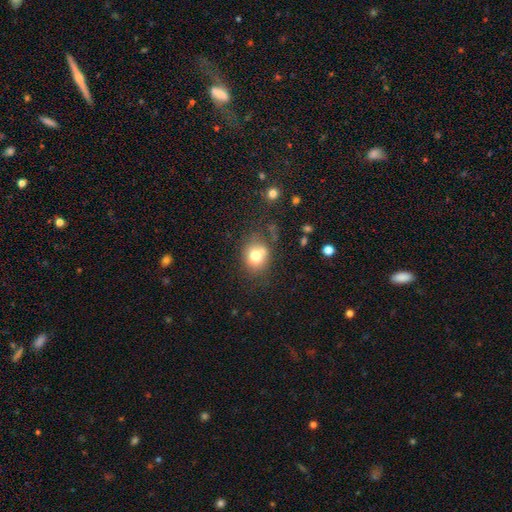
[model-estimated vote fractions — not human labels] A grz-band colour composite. It shows a smooth galaxy with no disk features (74%) that is round (65%). Merging: none (59%).